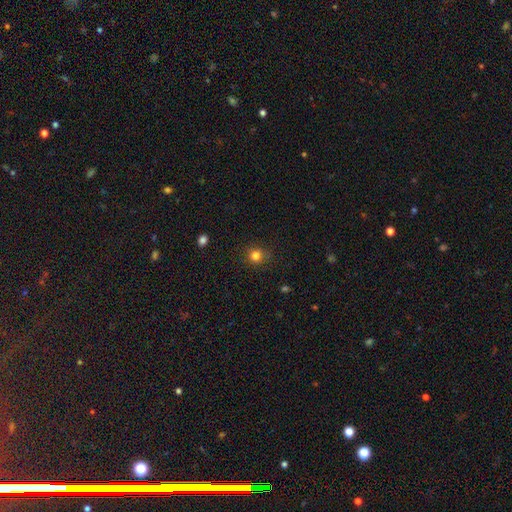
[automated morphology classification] A smooth galaxy with no disk features (81%) that is round (89%). Merging: none (87%).